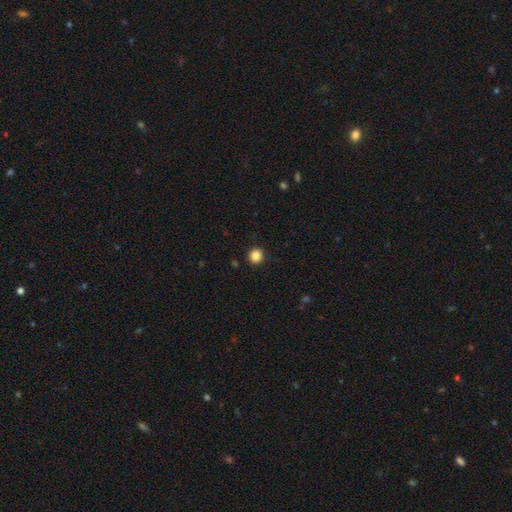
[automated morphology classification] Smooth or featured? smooth (85%)
How rounded? round (92%)
Merging? none (91%)